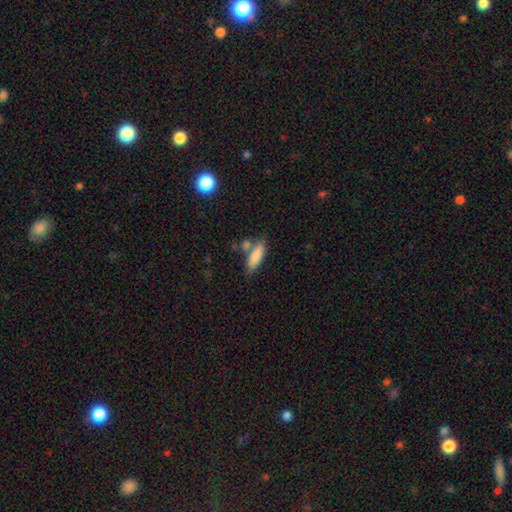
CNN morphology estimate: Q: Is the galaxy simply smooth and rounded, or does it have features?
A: smooth — 83%.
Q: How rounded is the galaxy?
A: cigar-shaped — 58%.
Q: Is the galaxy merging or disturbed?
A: none — 65%.